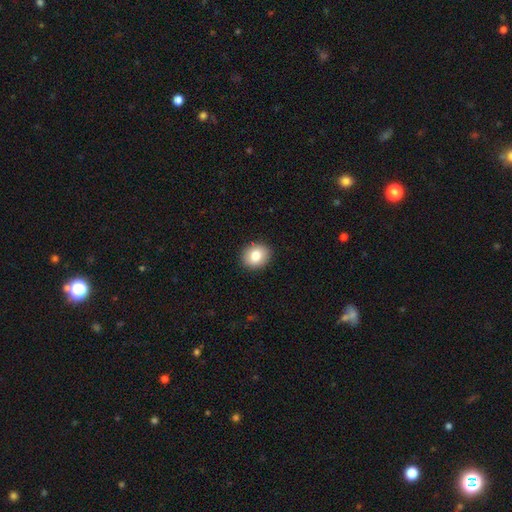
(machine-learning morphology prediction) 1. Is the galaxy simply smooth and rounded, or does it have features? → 81% smooth, 10% featured or disk, 9% star or artifact.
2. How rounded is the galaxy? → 62% round, 37% in between, 1% cigar-shaped.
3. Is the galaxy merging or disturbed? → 91% none, 6% minor disturbance, 2% major disturbance, 1% merger.